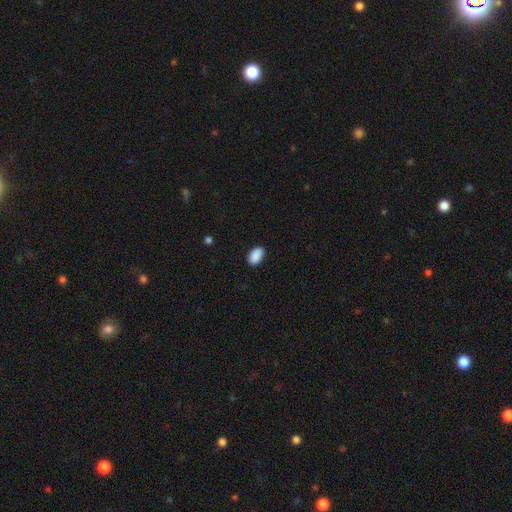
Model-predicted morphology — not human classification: Smooth or featured? Predicted: smooth (p=0.90). How rounded? Predicted: in between (p=0.91). Merging? Predicted: none (p=0.86).